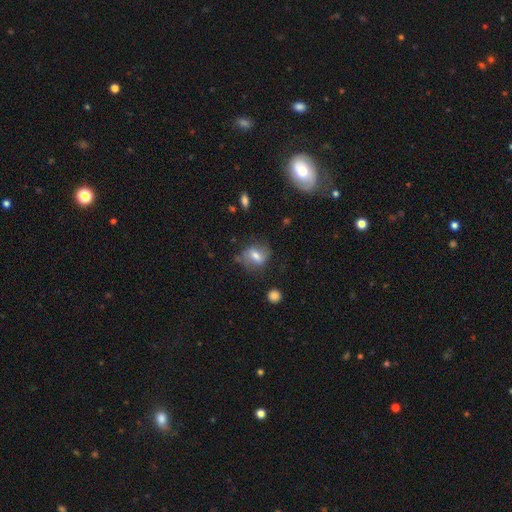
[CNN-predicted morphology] Smooth or featured: smooth — 59% (featured or disk — 32%)
How rounded: in between — 59% (round — 39%)
Merging: none — 60% (minor disturbance — 25%)